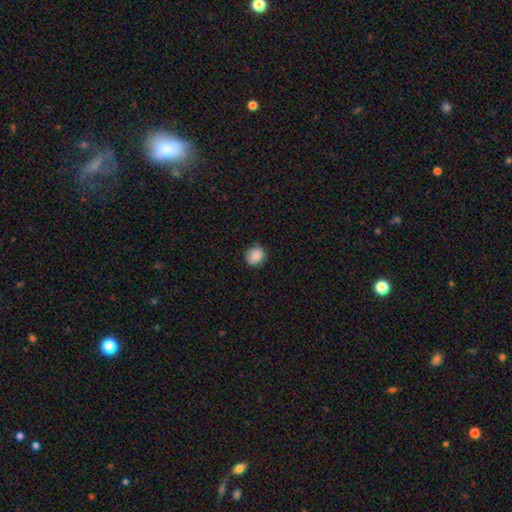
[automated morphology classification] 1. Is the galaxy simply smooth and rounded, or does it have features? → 88% smooth, 8% star or artifact, 3% featured or disk.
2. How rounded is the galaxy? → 76% round, 23% in between, 1% cigar-shaped.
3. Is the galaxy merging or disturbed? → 82% none, 15% minor disturbance, 3% major disturbance, 1% merger.